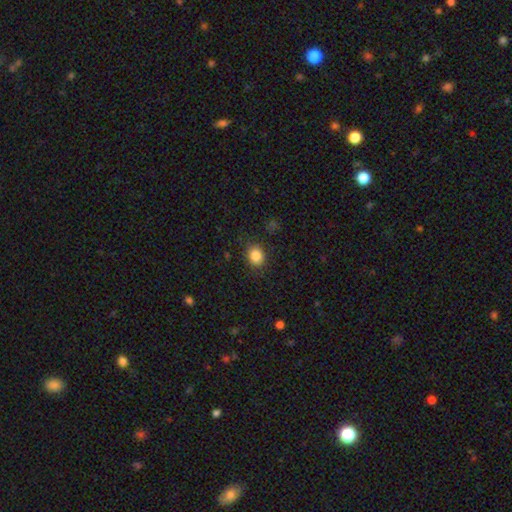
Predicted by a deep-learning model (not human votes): This is clearly a smooth galaxy (86%). How rounded: likely round (61%). Merging: clearly none (85%).